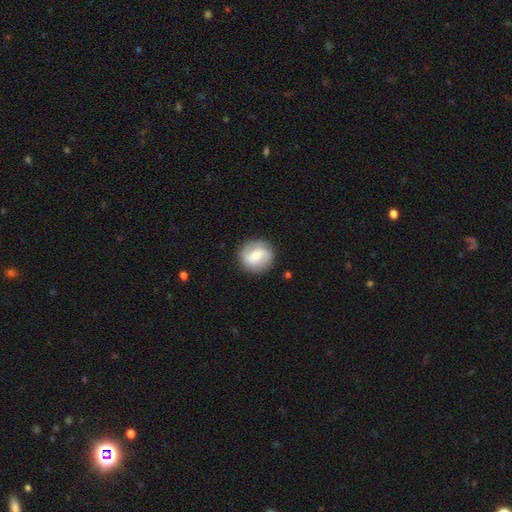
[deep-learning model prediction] This is possibly a featured or disk galaxy (59%). It is clearly not viewed edge-on (97%). Bar: possibly weak (47%). Spiral arm pattern: clearly yes (88%). Spiral arm count: likely 2 (79%). Spiral winding: marginally medium (42%). Central bulge: possibly moderate (48%). Merging: clearly none (86%).